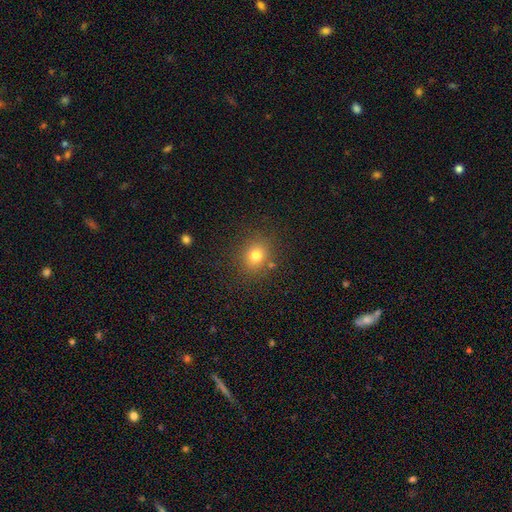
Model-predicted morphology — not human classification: The model was most divided on "how rounded": round: 72%, in between: 27%, cigar-shaped: 1%. More confident: merging — none (82%); smooth or featured — smooth (77%).